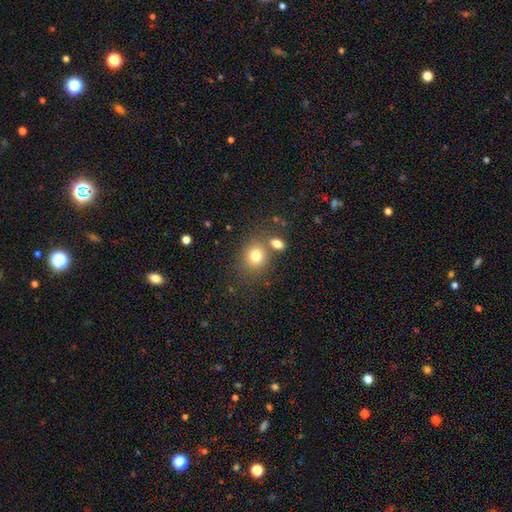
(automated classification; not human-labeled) This is likely a smooth galaxy (77%). How rounded: likely round (69%). Merging: likely none (63%).